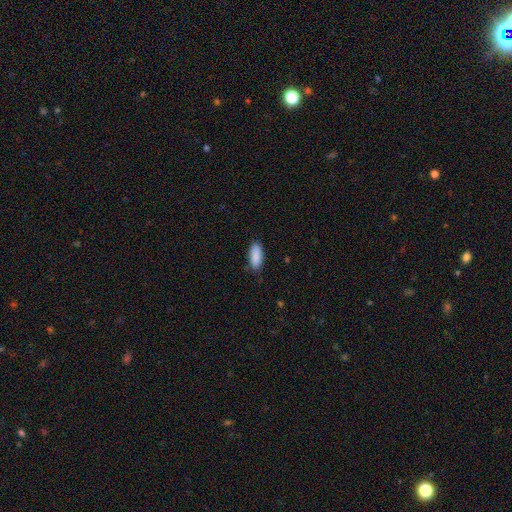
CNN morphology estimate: Smooth or featured: smooth — 90% (star or artifact — 6%)
How rounded: in between — 81% (cigar-shaped — 17%)
Merging: none — 84% (minor disturbance — 13%)